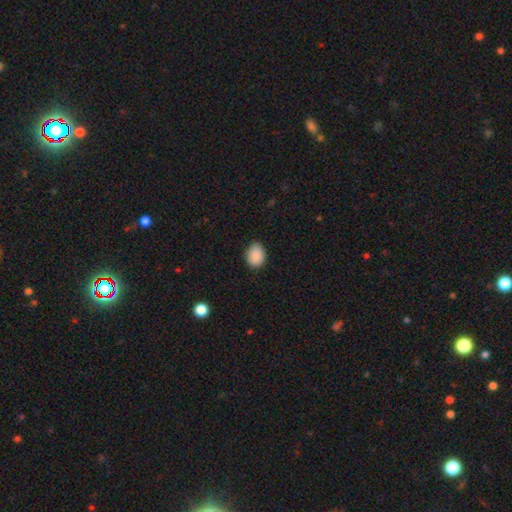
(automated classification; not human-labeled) smooth 90%, star or artifact 7%, featured or disk 3%. Down the decision tree: how rounded — in between (63%); merging — none (82%).